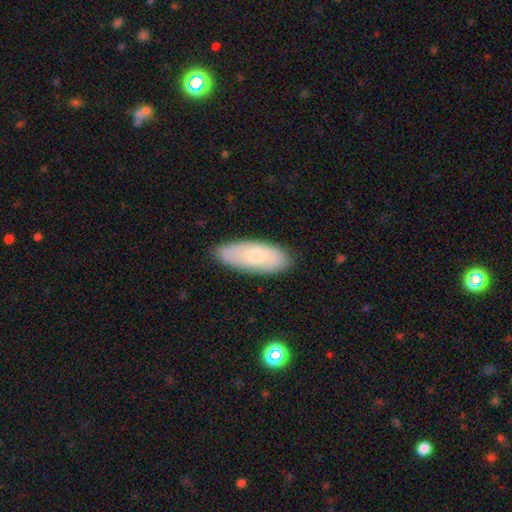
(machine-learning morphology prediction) Q: Smooth or featured?
A: smooth (68%); runner-up: featured or disk (26%)
Q: How rounded?
A: in between (82%); runner-up: cigar-shaped (16%)
Q: Merging?
A: none (82%); runner-up: minor disturbance (14%)